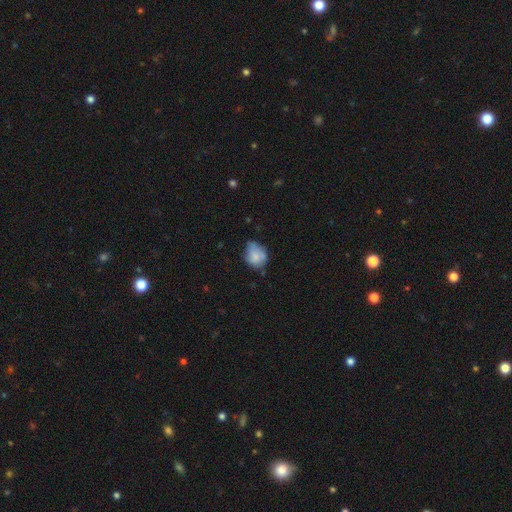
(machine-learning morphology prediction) smooth 65%, featured or disk 26%, star or artifact 8%. Down the decision tree: how rounded — in between (50%); merging — none (47%).